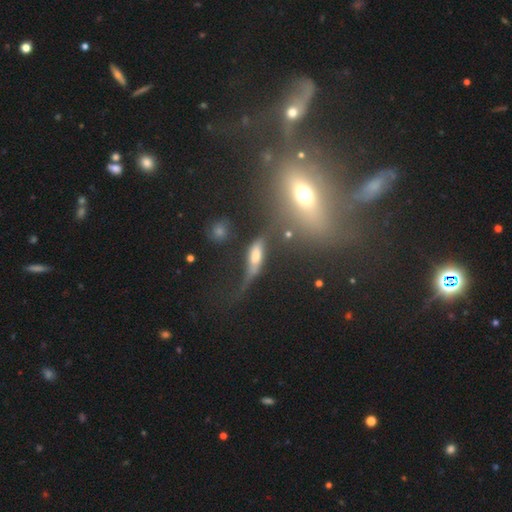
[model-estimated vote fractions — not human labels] Smooth or featured: featured or disk — 63% (smooth — 24%)
Edge-on disk: yes — 52% (no — 48%)
Merging: none — 38% (major disturbance — 27%)